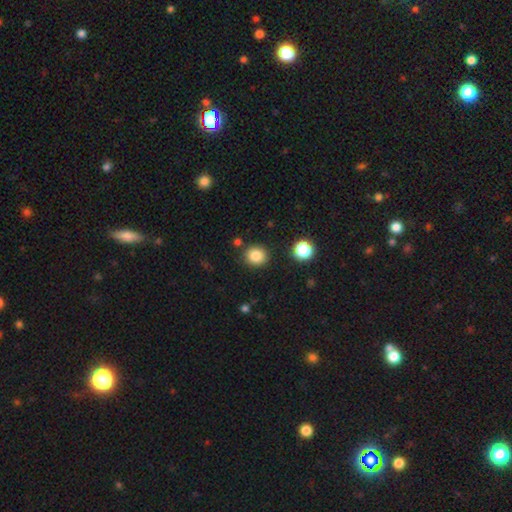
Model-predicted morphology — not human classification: A smooth galaxy with no disk features (85%) that is round (85%). Merging: none (86%).